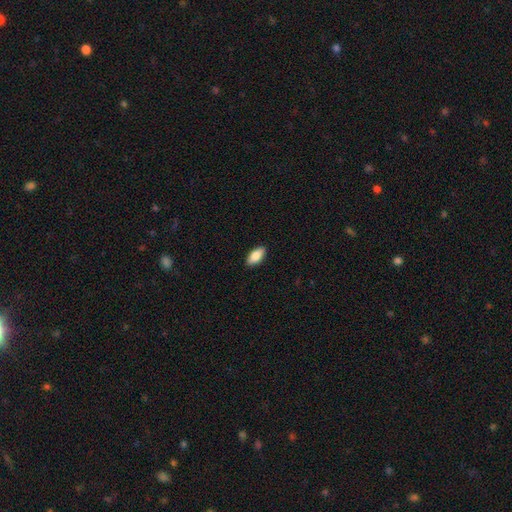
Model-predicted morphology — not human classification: smooth_or_featured: smooth (p=0.85) [alt: featured or disk p=0.09]
how_rounded: in between (p=0.90) [alt: cigar-shaped p=0.08]
merging: none (p=0.89) [alt: minor disturbance p=0.08]